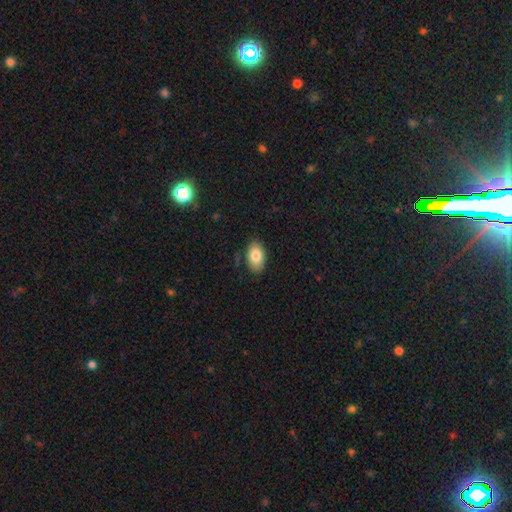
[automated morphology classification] This is clearly a smooth galaxy (83%). How rounded: clearly in between (91%). Merging: clearly none (84%).